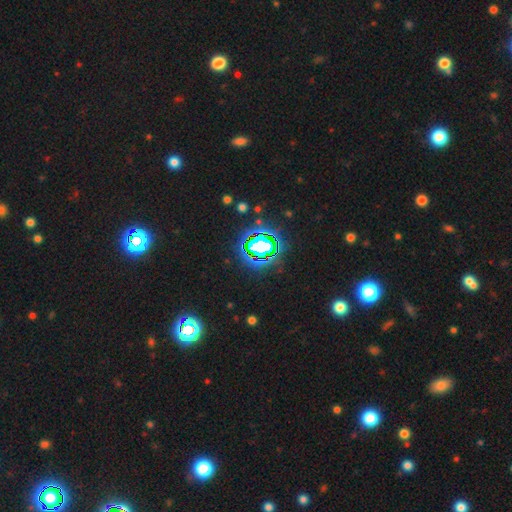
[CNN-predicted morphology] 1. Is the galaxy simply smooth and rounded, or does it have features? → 81% star or artifact, 12% smooth, 7% featured or disk.